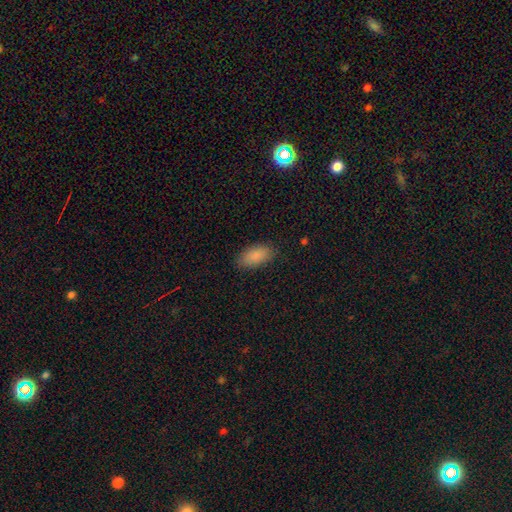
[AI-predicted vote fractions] Smooth or featured? Predicted: smooth (p=0.89). How rounded? Predicted: in between (p=0.91). Merging? Predicted: none (p=0.86).